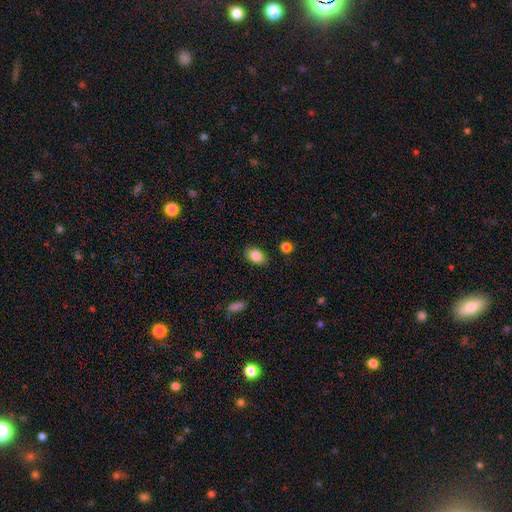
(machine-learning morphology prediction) Smooth or featured: smooth — 86% (star or artifact — 8%)
How rounded: in between — 86% (round — 13%)
Merging: none — 86% (minor disturbance — 10%)